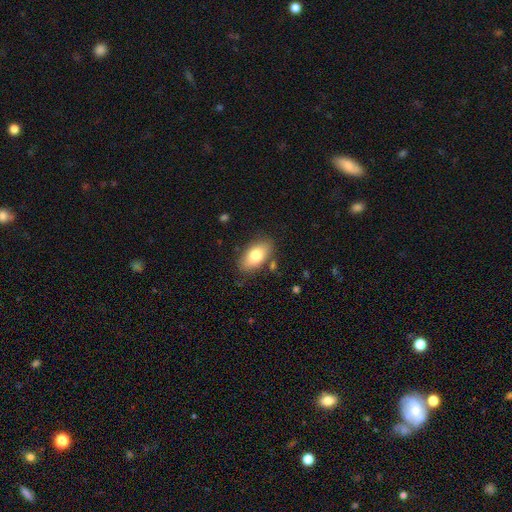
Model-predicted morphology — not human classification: smooth 79%, featured or disk 14%, star or artifact 7%. Down the decision tree: how rounded — in between (92%); merging — none (81%).